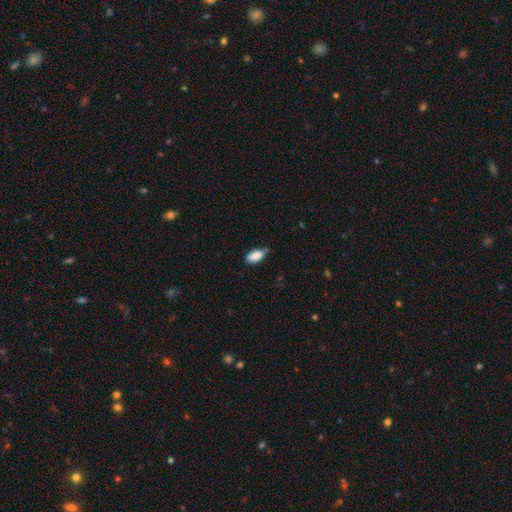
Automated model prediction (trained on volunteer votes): This is clearly a smooth galaxy (87%). How rounded: clearly in between (91%). Merging: likely none (62%).